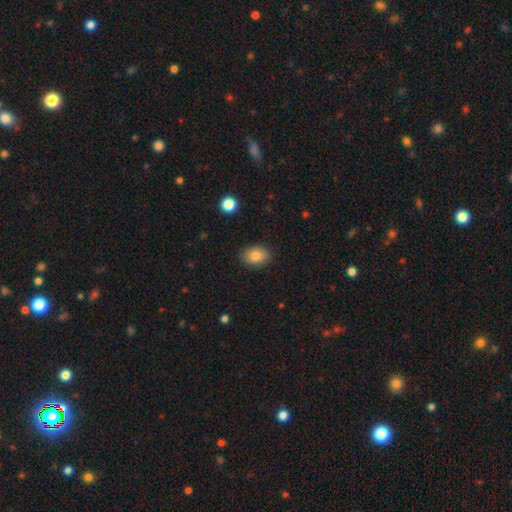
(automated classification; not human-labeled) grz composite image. It shows a smooth galaxy with no disk features (84%) that is in between round and cigar-shaped (81%). Merging: none (87%).